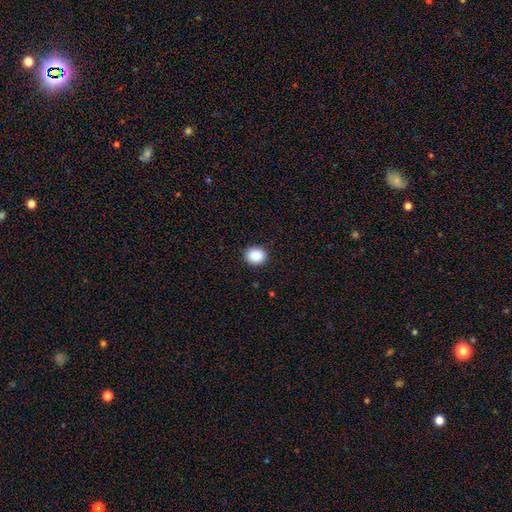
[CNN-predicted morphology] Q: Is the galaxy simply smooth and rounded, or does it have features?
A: smooth — 89%.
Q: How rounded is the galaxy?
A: round — 74%.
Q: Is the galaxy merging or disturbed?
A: none — 91%.